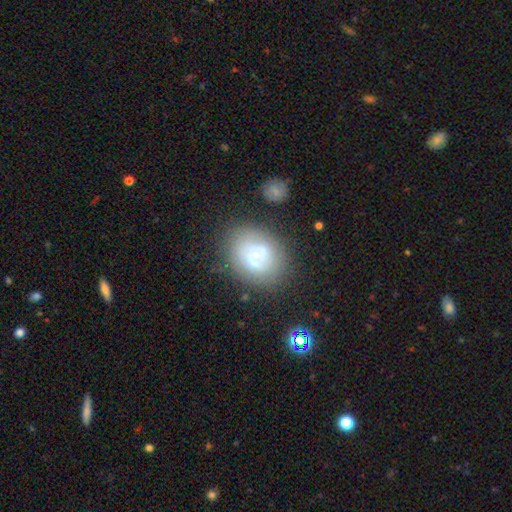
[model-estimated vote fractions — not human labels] smooth_or_featured: smooth (p=0.51) [alt: featured or disk p=0.37]
how_rounded: round (p=0.52) [alt: in between p=0.46]
merging: none (p=0.60) [alt: minor disturbance p=0.19]